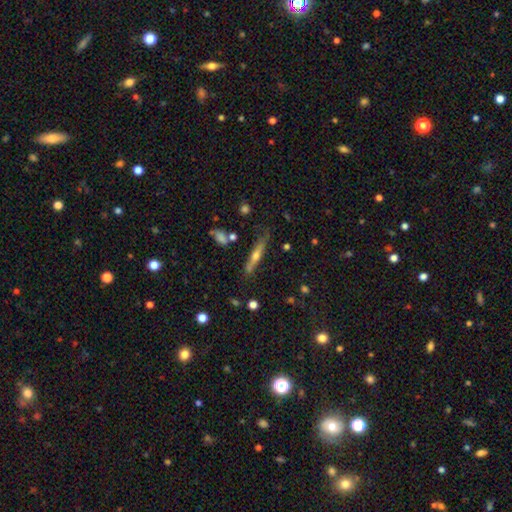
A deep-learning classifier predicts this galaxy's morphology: featured or disk 58%, smooth 34%, star or artifact 8%. Down the decision tree: edge-on disk — yes (94%); edge-on bulge — rounded (85%); merging — none (76%).